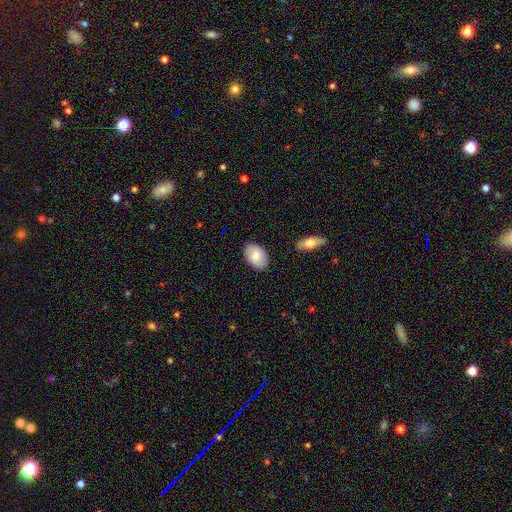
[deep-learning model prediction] smooth 73%, featured or disk 20%, star or artifact 6%. Down the decision tree: how rounded — in between (90%); merging — none (85%).